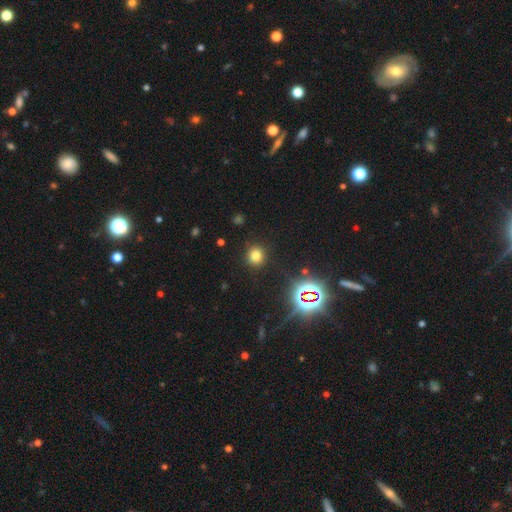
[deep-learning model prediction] Morphology: type=smooth (73%); roundness=round (88%); merging=none (88%).